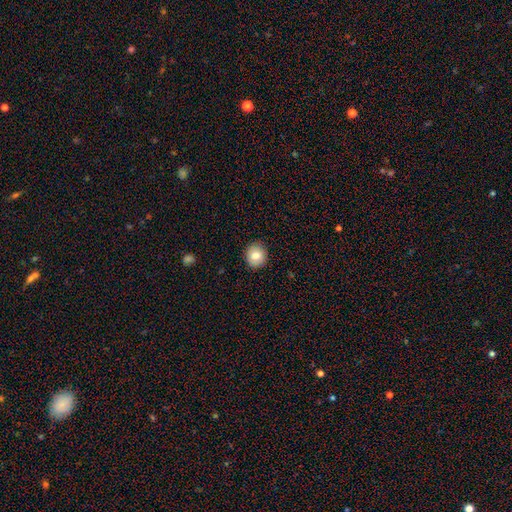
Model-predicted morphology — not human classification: Smooth or featured: smooth — 82% (featured or disk — 10%)
How rounded: round — 83% (in between — 16%)
Merging: none — 90% (minor disturbance — 7%)